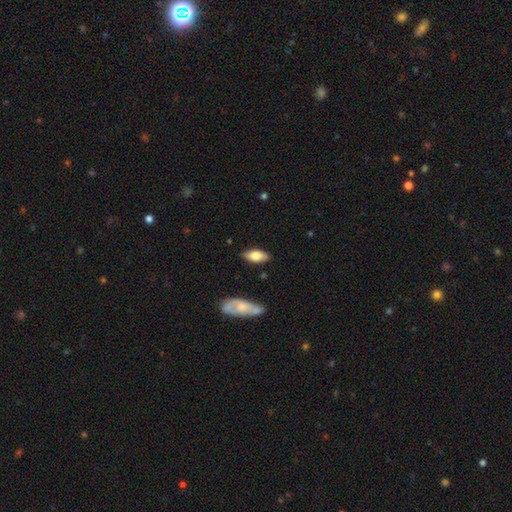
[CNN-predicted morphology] Smooth or featured: smooth — 78% (featured or disk — 16%)
How rounded: in between — 87% (cigar-shaped — 10%)
Merging: none — 83% (minor disturbance — 13%)